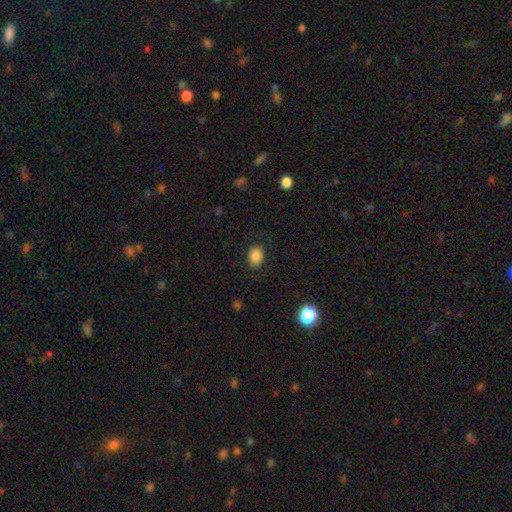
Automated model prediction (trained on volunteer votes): Smooth or featured?
  - smooth: 86% *
  - star or artifact: 9%
  - featured or disk: 4%
How rounded?
  - in between: 69% *
  - round: 30%
  - cigar-shaped: 1%
Merging?
  - none: 85% *
  - minor disturbance: 11%
  - major disturbance: 3%
  - merger: 1%